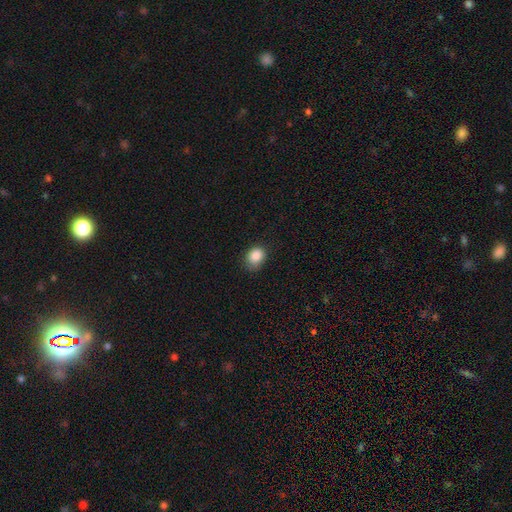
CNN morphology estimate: The model was most divided on "how rounded": in between: 52%, round: 47%, cigar-shaped: 1%. More confident: smooth or featured — smooth (87%); merging — none (69%).